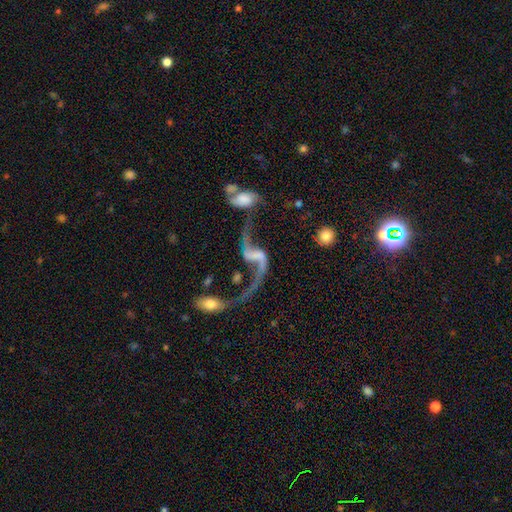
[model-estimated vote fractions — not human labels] The model was most divided on "bar": weak: 38%, no: 33%, strong: 28%. Remaining: edge-on disk — no (96%); spiral winding — loose (94%); spiral arms — yes (93%); spiral arm count — 2 (91%); smooth or featured — featured or disk (87%); bulge size — none (57%); merging — none (37%).